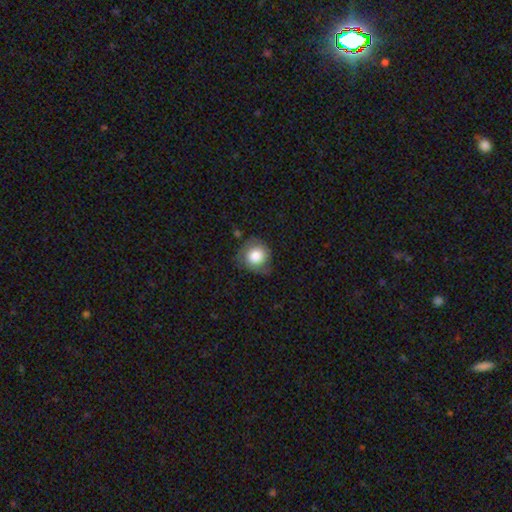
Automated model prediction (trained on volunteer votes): This appears to be a smooth galaxy with no disk features (81%) that is round (86%). Merging: none (62%).